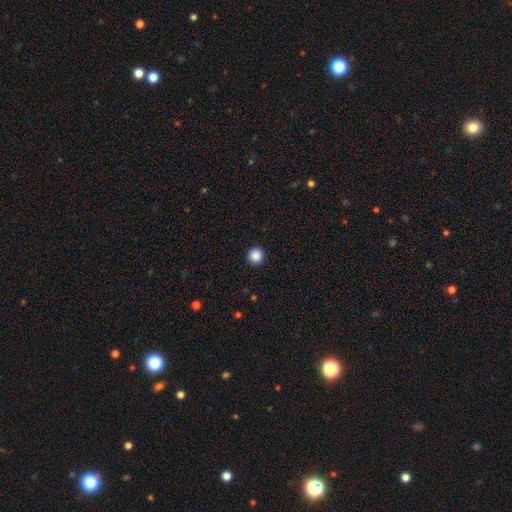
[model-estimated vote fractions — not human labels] Morphology: type=smooth (88%); roundness=round (95%); merging=none (93%).